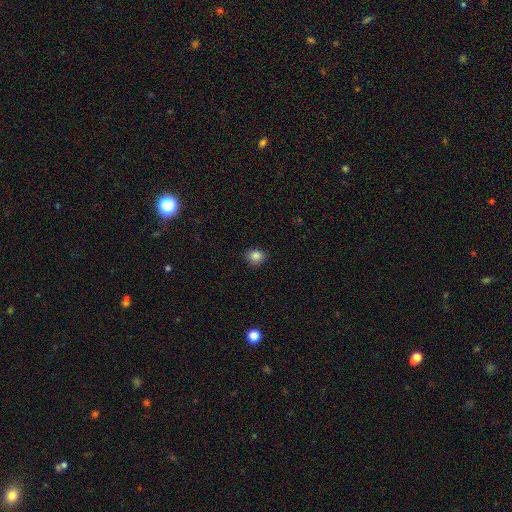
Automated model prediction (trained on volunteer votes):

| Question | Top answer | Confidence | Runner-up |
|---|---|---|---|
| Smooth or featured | smooth | 85% | star or artifact (11%) |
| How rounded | round | 73% | in between (26%) |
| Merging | none | 86% | minor disturbance (11%) |